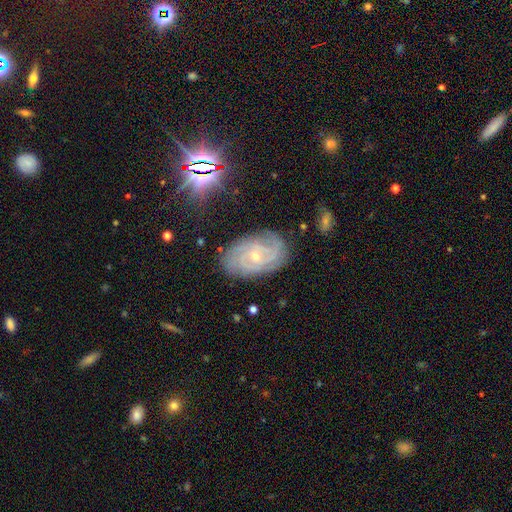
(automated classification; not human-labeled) Smooth or featured: featured or disk — 84% (star or artifact — 8%)
Edge-on disk: no — 96% (yes — 4%)
Bar: no — 67% (weak — 27%)
Spiral arms: yes — 97% (no — 3%)
Spiral winding: tight — 74% (medium — 22%)
Spiral arm count: can't tell — 26% (3 — 23%)
Bulge size: small — 70% (moderate — 27%)
Merging: none — 80% (minor disturbance — 15%)